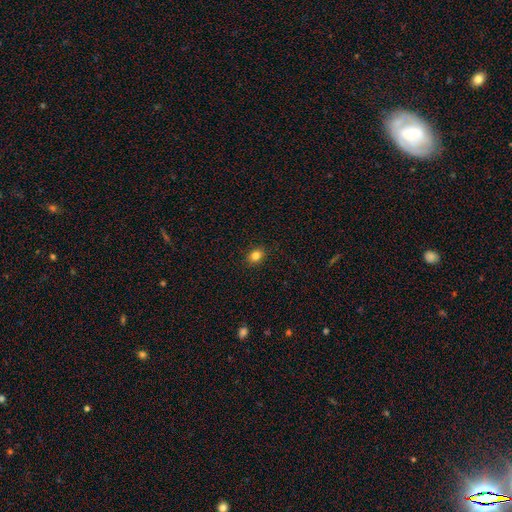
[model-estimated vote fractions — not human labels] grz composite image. It shows a smooth galaxy with no disk features (83%) that is round (54%). Merging: none (90%).